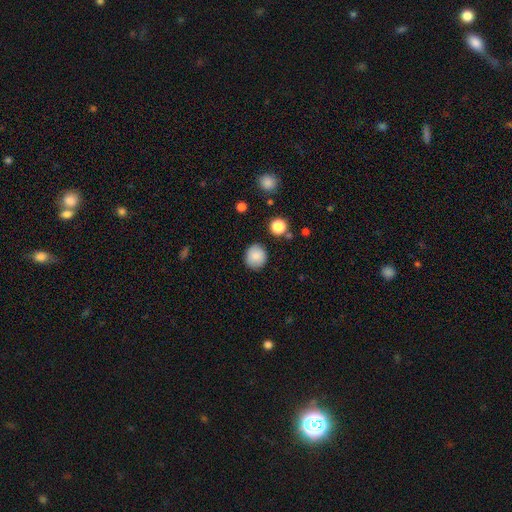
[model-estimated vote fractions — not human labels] Smooth or featured: smooth — 86% (star or artifact — 9%)
How rounded: round — 88% (in between — 11%)
Merging: none — 88% (minor disturbance — 8%)